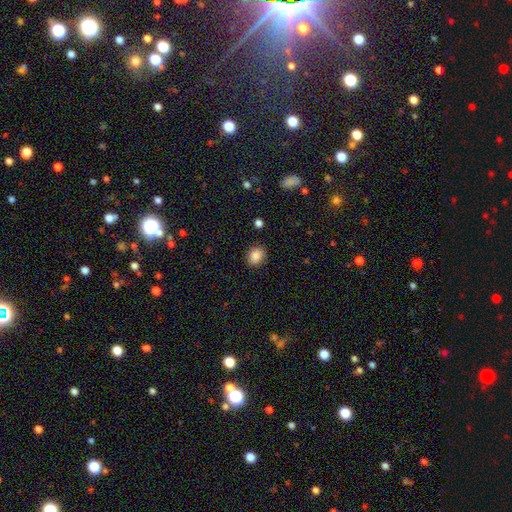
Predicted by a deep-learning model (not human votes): This appears to be a smooth galaxy with no disk features (87%) that is round (50%). Merging: none (88%).